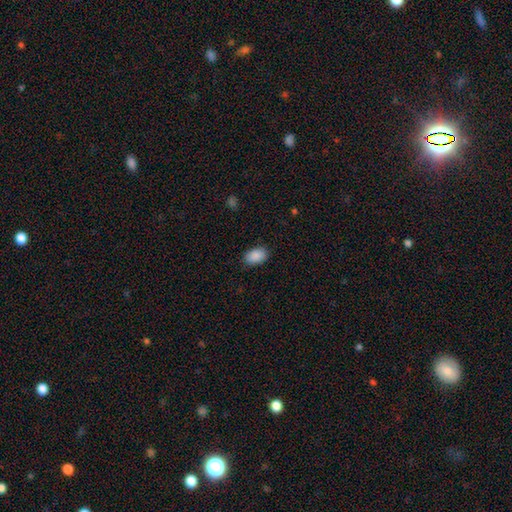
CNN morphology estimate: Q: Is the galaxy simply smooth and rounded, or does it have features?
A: smooth — 90%.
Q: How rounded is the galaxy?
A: in between — 89%.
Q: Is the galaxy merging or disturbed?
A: none — 86%.